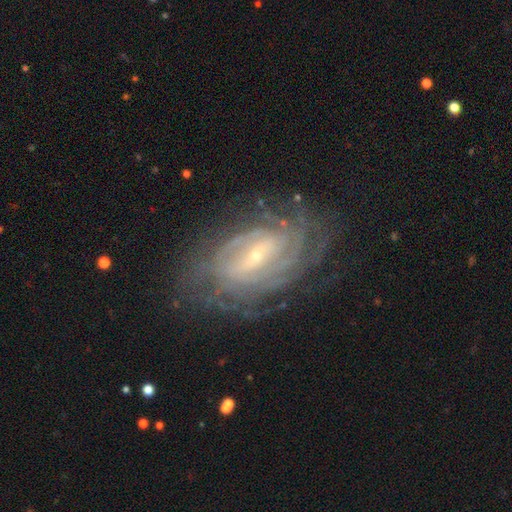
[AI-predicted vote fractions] Smooth or featured: featured or disk — 88% (star or artifact — 6%)
Edge-on disk: no — 95% (yes — 5%)
Bar: weak — 42% (strong — 37%)
Spiral arms: yes — 96% (no — 4%)
Spiral winding: tight — 74% (medium — 21%)
Spiral arm count: can't tell — 37% (4 — 19%)
Bulge size: small — 79% (moderate — 17%)
Merging: none — 76% (minor disturbance — 16%)